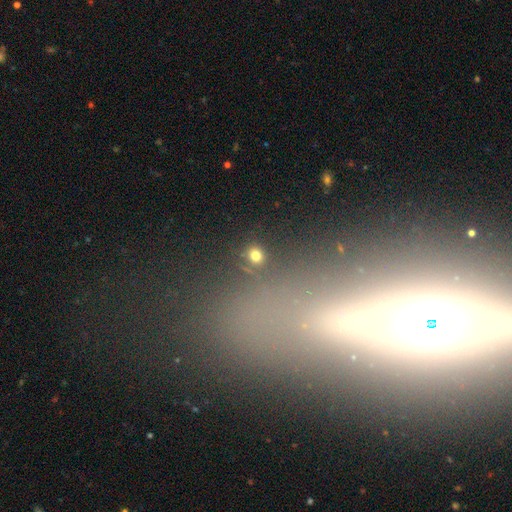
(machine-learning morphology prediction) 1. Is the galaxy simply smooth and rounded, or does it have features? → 76% smooth, 18% star or artifact, 6% featured or disk.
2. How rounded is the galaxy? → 85% round, 14% in between, 1% cigar-shaped.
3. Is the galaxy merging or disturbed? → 85% none, 7% minor disturbance, 4% merger, 3% major disturbance.